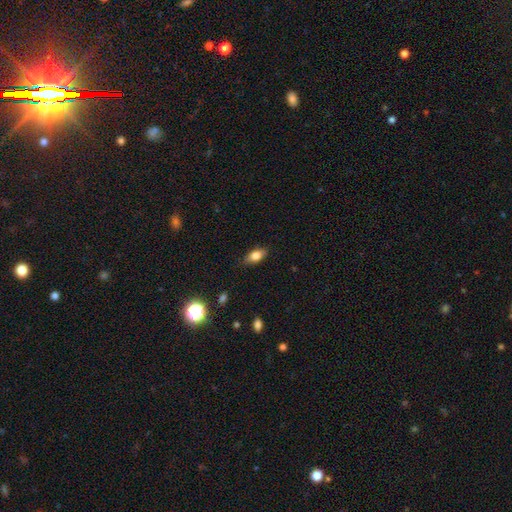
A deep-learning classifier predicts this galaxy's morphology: A smooth galaxy with no disk features (80%) that is in between round and cigar-shaped (85%).

Vote fractions:
- Smooth or featured? smooth: 80% / featured or disk: 12% / star or artifact: 9%
- How rounded? in between: 85% / round: 8% / cigar-shaped: 8%
- Merging? none: 82% / minor disturbance: 14% / major disturbance: 3% / merger: 1%